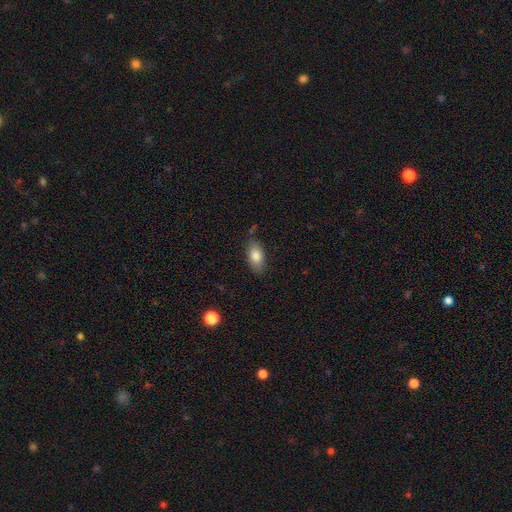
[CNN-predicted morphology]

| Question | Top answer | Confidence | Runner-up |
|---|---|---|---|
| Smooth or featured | smooth | 82% | featured or disk (10%) |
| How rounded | in between | 89% | cigar-shaped (7%) |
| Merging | none | 77% | minor disturbance (16%) |